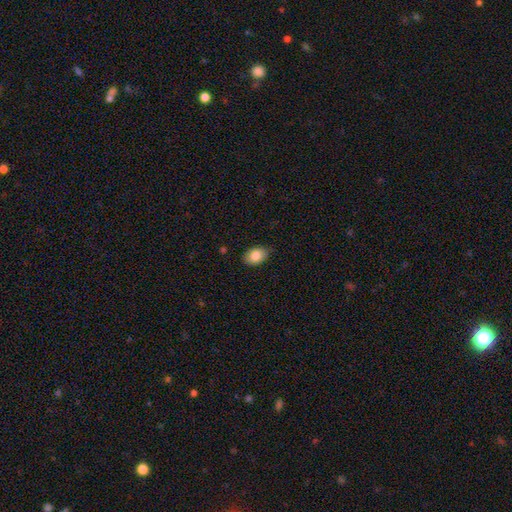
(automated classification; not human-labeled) A smooth galaxy with no disk features (84%) that is in between round and cigar-shaped (84%). Merging: none (84%).